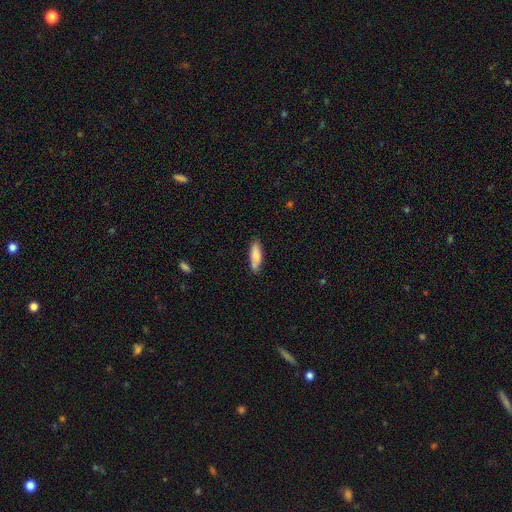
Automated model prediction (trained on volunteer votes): smooth 83%, featured or disk 11%, star or artifact 6%. Down the decision tree: how rounded — in between (50%); merging — none (76%).